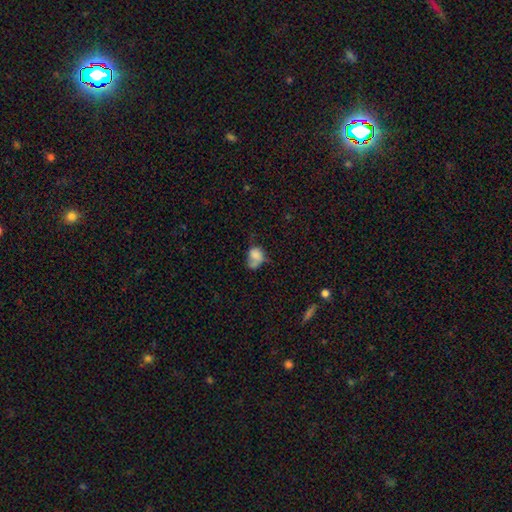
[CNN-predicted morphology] The model was most divided on "merging": none: 27%, minor disturbance: 26%, major disturbance: 26%, merger: 22%. More confident: smooth or featured — smooth (72%); how rounded — in between (60%).